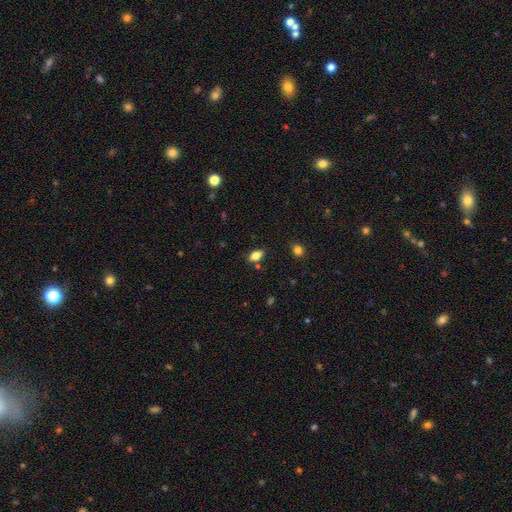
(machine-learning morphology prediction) This is clearly a smooth galaxy (83%). How rounded: clearly in between (90%). Merging: clearly none (82%).